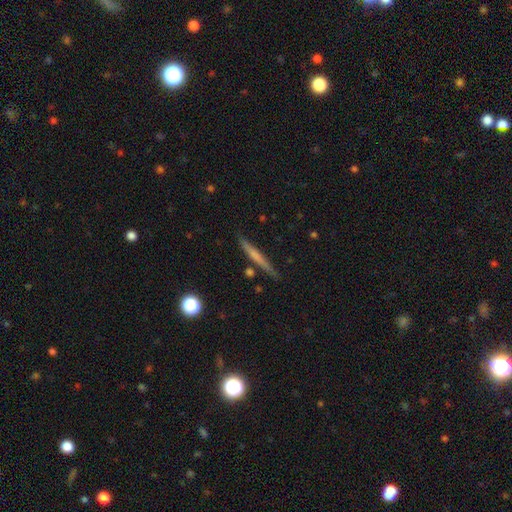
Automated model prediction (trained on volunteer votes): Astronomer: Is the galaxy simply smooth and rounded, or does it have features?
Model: smooth — 51% (runner-up: featured or disk, 43%).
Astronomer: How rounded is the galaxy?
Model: cigar-shaped — 95%.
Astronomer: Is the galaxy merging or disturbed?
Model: none — 85%.